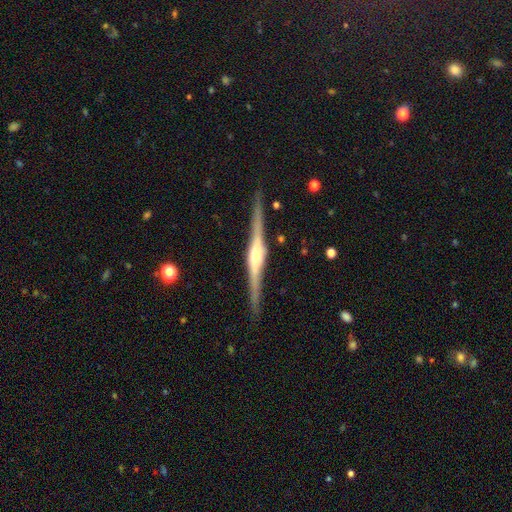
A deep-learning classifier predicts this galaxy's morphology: Q: Smooth or featured?
A: featured or disk (86%); runner-up: smooth (10%)
Q: Edge-on disk?
A: yes (98%); runner-up: no (2%)
Q: Edge-on bulge?
A: rounded (78%); runner-up: boxy (18%)
Q: Merging?
A: none (89%); runner-up: minor disturbance (9%)